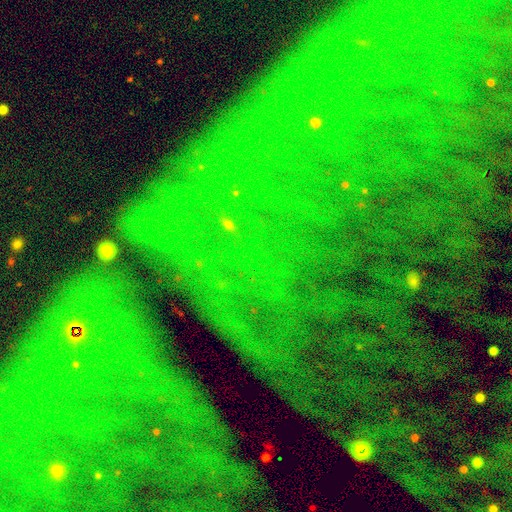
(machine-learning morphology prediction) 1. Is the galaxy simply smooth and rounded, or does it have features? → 83% star or artifact, 9% featured or disk, 8% smooth.